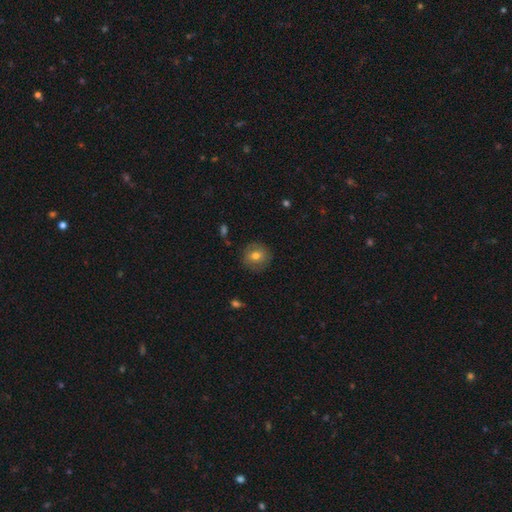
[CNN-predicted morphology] This appears to be a smooth galaxy with no disk features (66%) that is round (89%). Merging: none (83%).